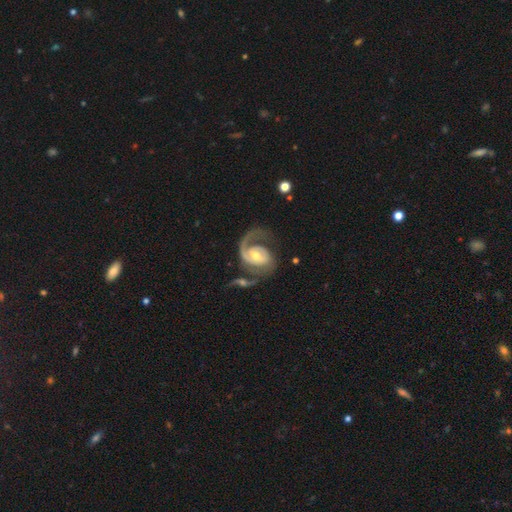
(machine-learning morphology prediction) smooth-or-featured: featured or disk: 89% | smooth: 6% | star or artifact: 4%
  disk-edge-on: no: 98% | yes: 2%
    bar: no: 42% (tied) | weak: 42% (tied) | strong: 16%
    has-spiral-arms: yes: 96% | no: 4%
      spiral-winding: medium: 47% | tight: 34% | loose: 19%
      spiral-arm-count: 2: 55% | 1: 37% | can't tell: 4% | 3: 2% | 4: 1% | more than 4: 1%
    bulge-size: moderate: 62% | small: 30% | large: 5% | none: 2% | dominant: 1%
  merging: none: 45% | major disturbance: 23% | minor disturbance: 17% | merger: 15%